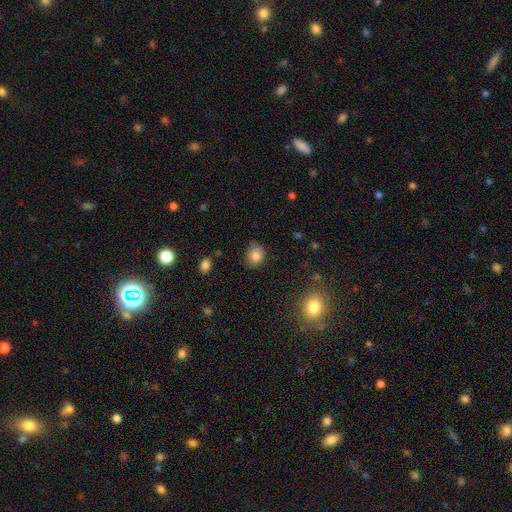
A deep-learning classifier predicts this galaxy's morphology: smooth 81%, star or artifact 11%, featured or disk 8%. Down the decision tree: how rounded — round (70%); merging — none (75%).